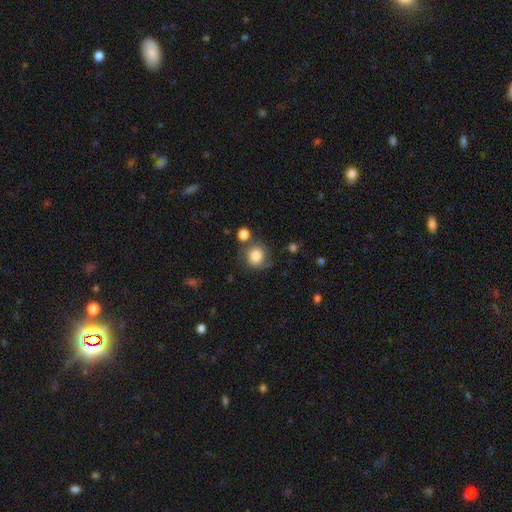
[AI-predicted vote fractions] Smooth or featured? smooth (78%)
How rounded? round (86%)
Merging? none (63%)